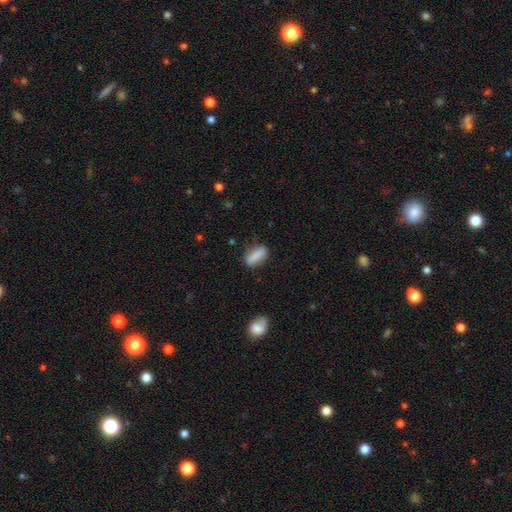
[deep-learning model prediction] smooth-or-featured: smooth: 82% | featured or disk: 11% | star or artifact: 7%
  how-rounded: in between: 69% | cigar-shaped: 27% | round: 4%
  merging: none: 82% | minor disturbance: 13% | major disturbance: 3% | merger: 2%